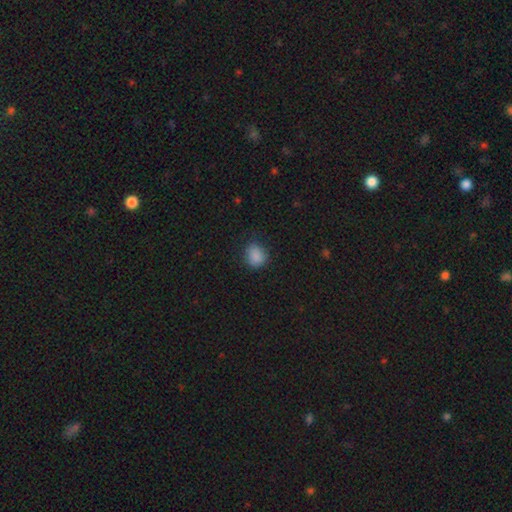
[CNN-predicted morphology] Smooth or featured: smooth — 87% (star or artifact — 10%)
How rounded: round — 69% (in between — 30%)
Merging: none — 79% (minor disturbance — 16%)